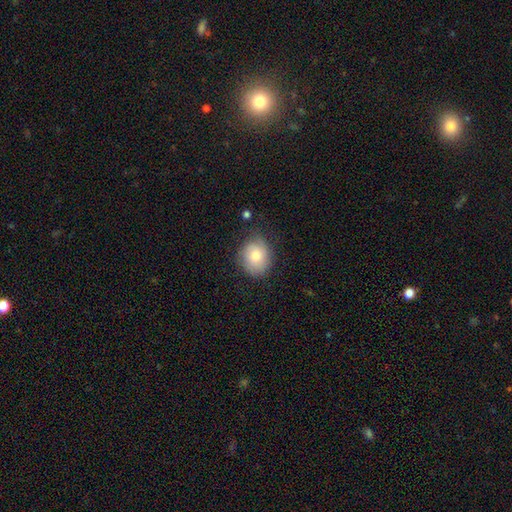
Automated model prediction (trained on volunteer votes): Smooth or featured? smooth (76%)
How rounded? round (72%)
Merging? none (72%)